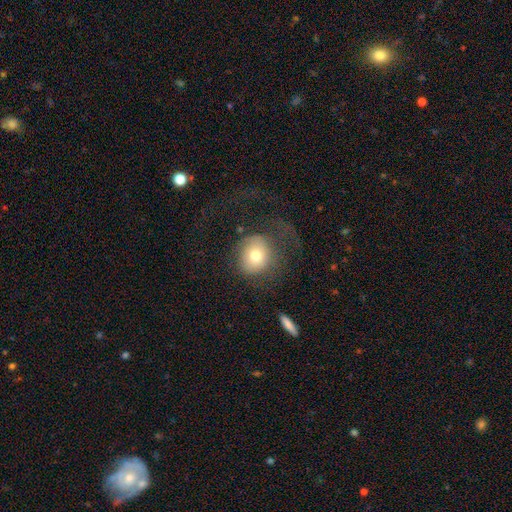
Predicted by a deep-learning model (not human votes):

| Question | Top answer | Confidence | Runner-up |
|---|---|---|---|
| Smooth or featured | smooth | 71% | featured or disk (19%) |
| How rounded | round | 79% | in between (20%) |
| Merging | none | 47% | major disturbance (33%) |